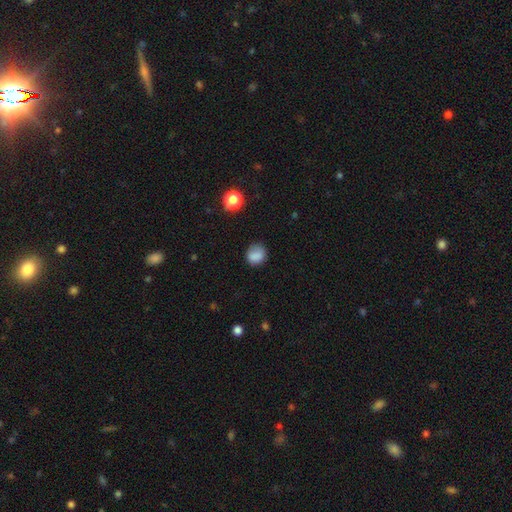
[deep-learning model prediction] The model was most divided on "how rounded": round: 74%, in between: 25%, cigar-shaped: 1%. More confident: smooth or featured — smooth (83%); merging — none (73%).